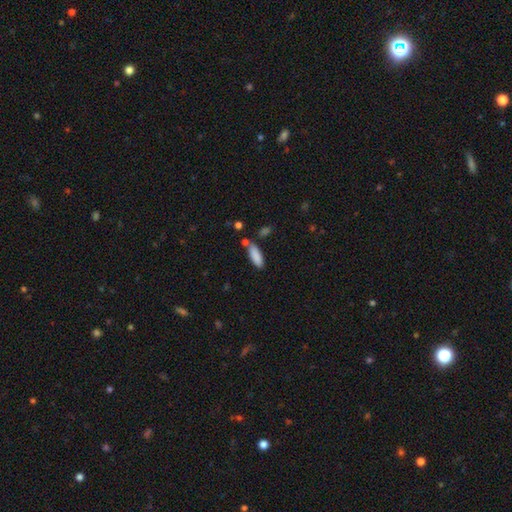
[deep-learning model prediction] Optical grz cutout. It shows a smooth galaxy with no disk features (88%) that is in between round and cigar-shaped (61%). Merging: none (71%).